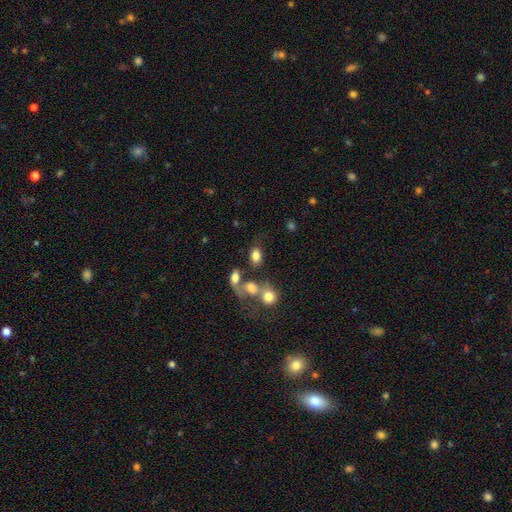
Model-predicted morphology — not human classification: Q: Smooth or featured?
A: smooth (79%); runner-up: featured or disk (11%)
Q: How rounded?
A: in between (79%); runner-up: round (19%)
Q: Merging?
A: none (56%); runner-up: merger (21%)